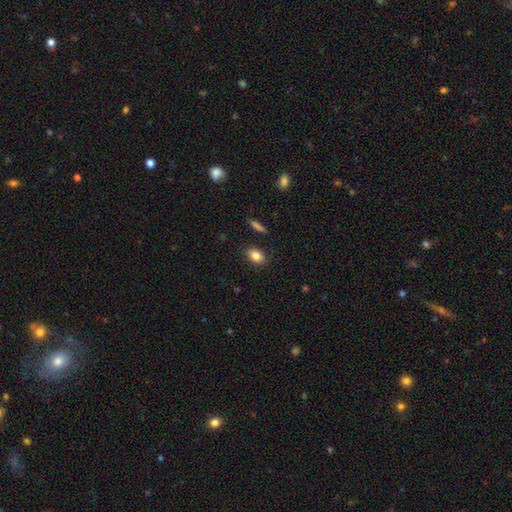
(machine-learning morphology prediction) Smooth or featured?
  - smooth: 84% *
  - star or artifact: 9%
  - featured or disk: 8%
How rounded?
  - in between: 82% *
  - round: 16%
  - cigar-shaped: 2%
Merging?
  - none: 86% *
  - minor disturbance: 10%
  - major disturbance: 2%
  - merger: 2%